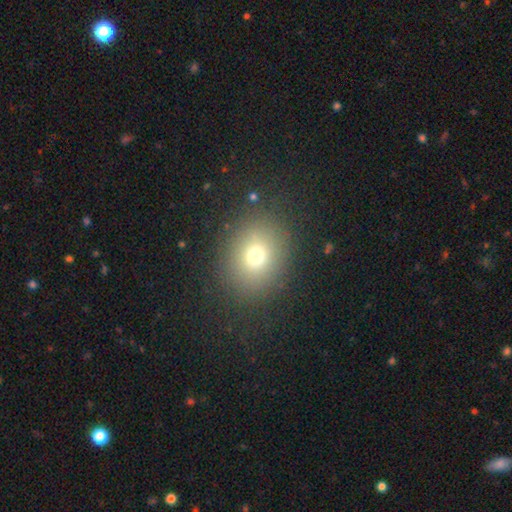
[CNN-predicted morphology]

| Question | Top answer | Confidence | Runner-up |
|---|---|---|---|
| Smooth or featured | smooth | 72% | star or artifact (17%) |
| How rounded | round | 61% | in between (38%) |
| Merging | none | 84% | minor disturbance (9%) |